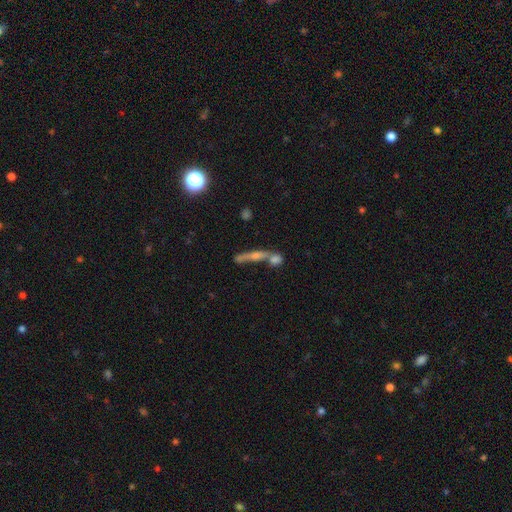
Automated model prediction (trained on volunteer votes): smooth-or-featured: featured or disk: 53% | smooth: 30% | star or artifact: 16%
  disk-edge-on: yes: 76% | no: 24%
  merging: none: 43% | merger: 39% | minor disturbance: 11% | major disturbance: 8%